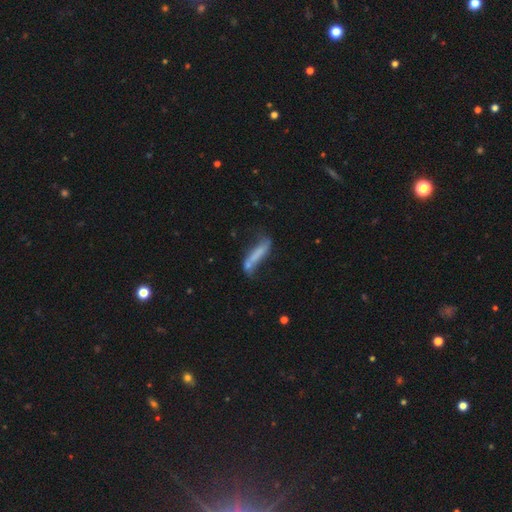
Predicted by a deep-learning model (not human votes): smooth-or-featured: smooth: 50% | featured or disk: 40% | star or artifact: 10%
  how-rounded: cigar-shaped: 77% | in between: 21% | round: 2%
  merging: none: 35% | minor disturbance: 25% | merger: 20% | major disturbance: 20%